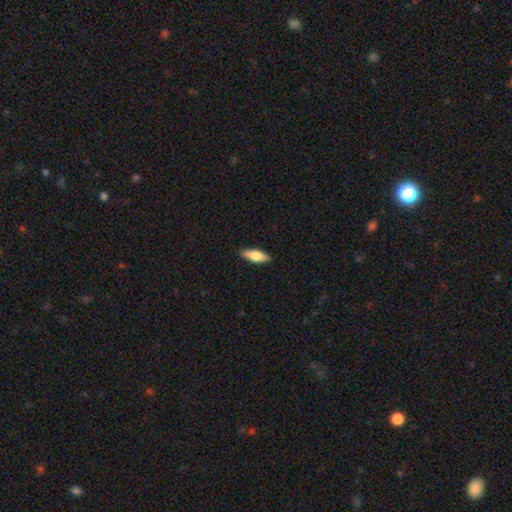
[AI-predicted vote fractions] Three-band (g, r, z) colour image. It shows a smooth galaxy with no disk features (64%) that is in between round and cigar-shaped (61%). Merging: none (89%).